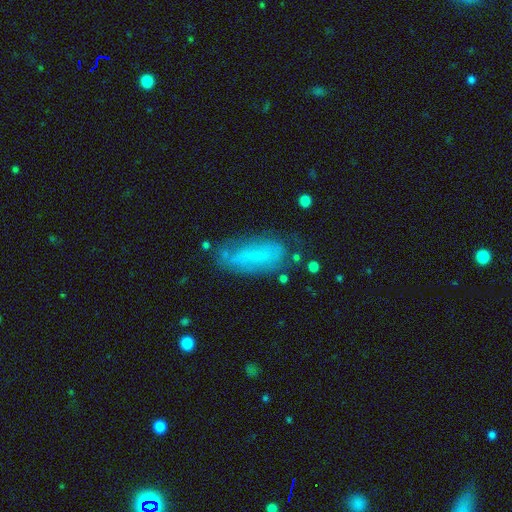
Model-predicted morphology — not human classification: type=smooth (59%); roundness=in between (65%); merging=none (61%).